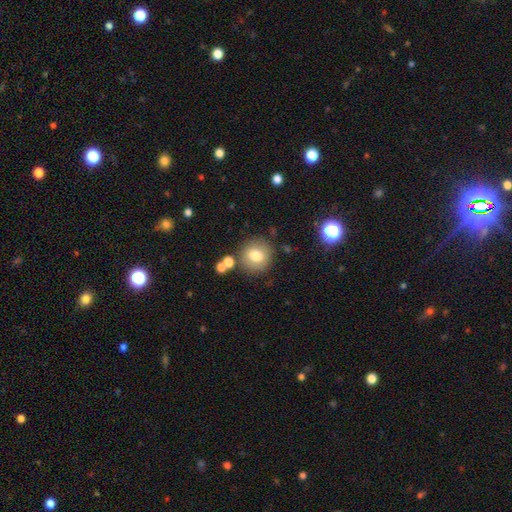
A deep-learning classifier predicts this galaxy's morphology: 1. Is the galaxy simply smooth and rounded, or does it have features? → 77% smooth, 12% featured or disk, 11% star or artifact.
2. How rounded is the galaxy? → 89% round, 10% in between, 1% cigar-shaped.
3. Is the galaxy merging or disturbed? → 80% none, 10% minor disturbance, 6% merger, 4% major disturbance.